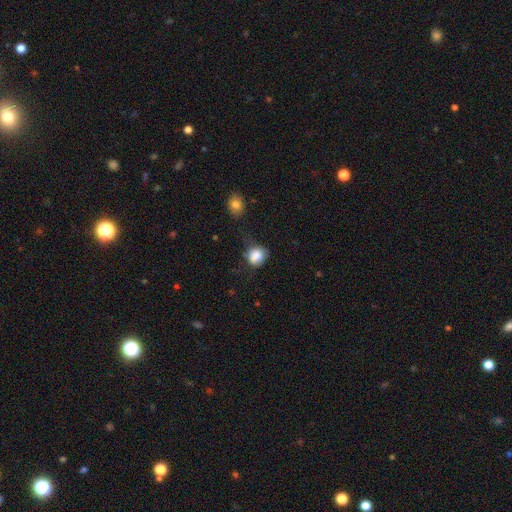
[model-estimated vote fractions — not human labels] Smooth or featured? Predicted: smooth (p=0.82). How rounded? Predicted: round (p=0.67). Merging? Predicted: none (p=0.46).